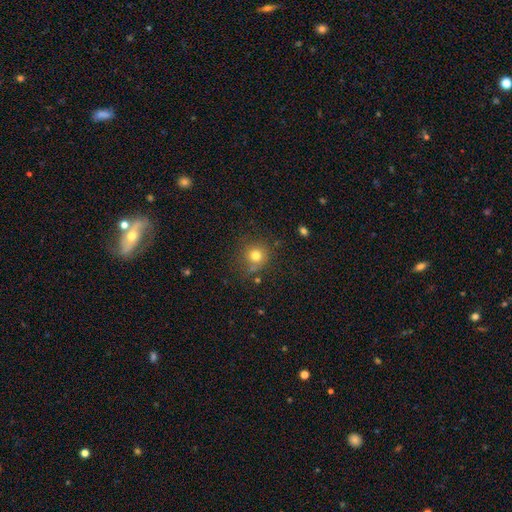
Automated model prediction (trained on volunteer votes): Smooth or featured: smooth — 77% (star or artifact — 15%)
How rounded: round — 89% (in between — 10%)
Merging: none — 74% (minor disturbance — 15%)